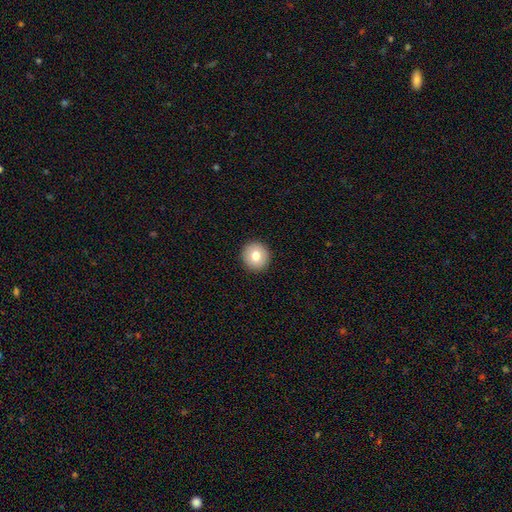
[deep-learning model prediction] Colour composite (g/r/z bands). It shows a smooth galaxy with no disk features (78%) that is round (94%). Merging: none (93%).